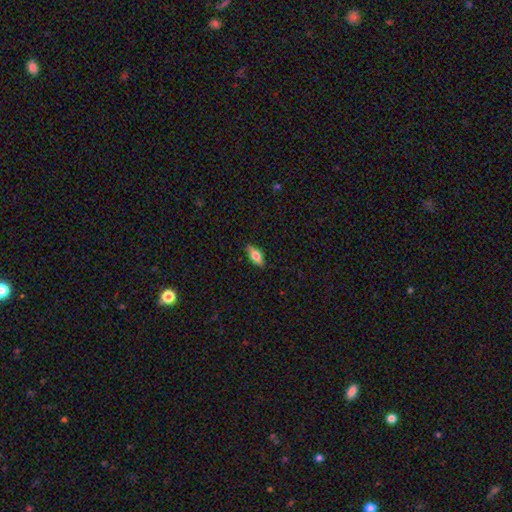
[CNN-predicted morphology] Smooth or featured? smooth (69%)
How rounded? in between (75%)
Merging? none (85%)